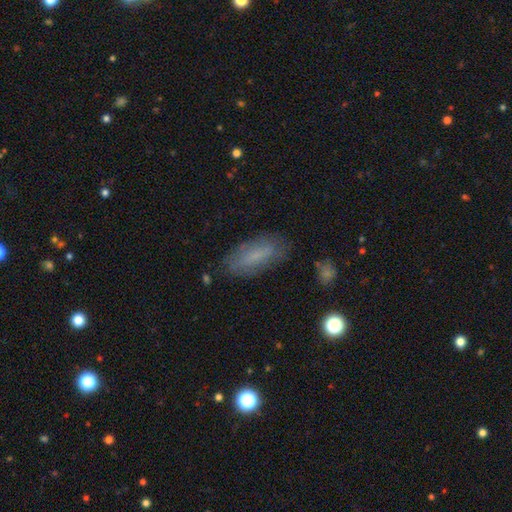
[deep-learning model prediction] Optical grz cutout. It shows a smooth galaxy with no disk features (66%) that is in between round and cigar-shaped (75%). Merging: none (76%).